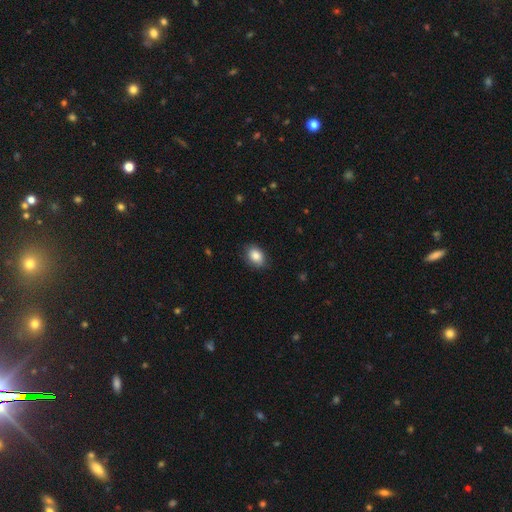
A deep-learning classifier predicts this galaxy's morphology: Smooth or featured?
  - smooth: 85% *
  - star or artifact: 8%
  - featured or disk: 7%
How rounded?
  - in between: 77% *
  - round: 22%
  - cigar-shaped: 1%
Merging?
  - none: 82% *
  - minor disturbance: 14%
  - major disturbance: 3%
  - merger: 1%